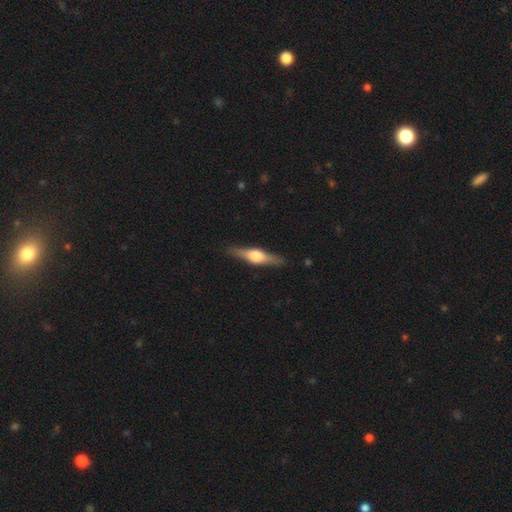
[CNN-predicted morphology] featured or disk 69%, smooth 26%, star or artifact 5%. Down the decision tree: edge-on disk — yes (97%); edge-on bulge — rounded (90%); merging — none (89%).